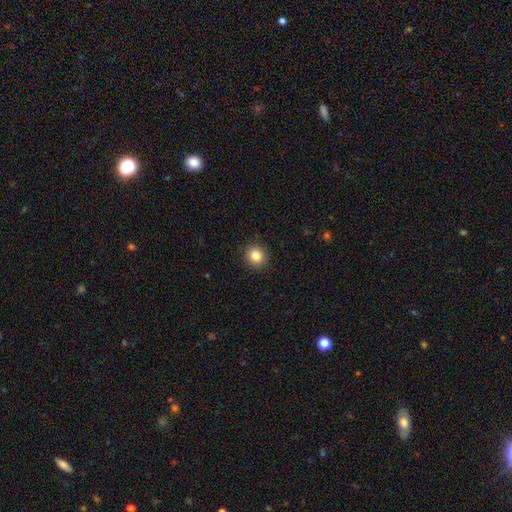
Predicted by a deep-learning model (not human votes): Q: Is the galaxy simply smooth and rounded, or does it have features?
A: smooth — 85%.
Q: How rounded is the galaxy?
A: round — 84%.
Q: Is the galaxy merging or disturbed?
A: none — 91%.